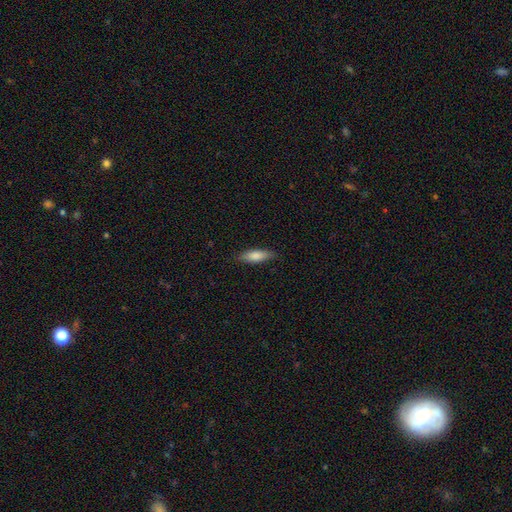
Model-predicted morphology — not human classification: A smooth galaxy with no disk features (79%) that is cigar-shaped (51%).

Vote fractions:
- Smooth or featured? smooth: 79% / featured or disk: 15% / star or artifact: 6%
- How rounded? cigar-shaped: 51% / in between: 47% / round: 2%
- Merging? none: 85% / minor disturbance: 12% / major disturbance: 2% / merger: 1%